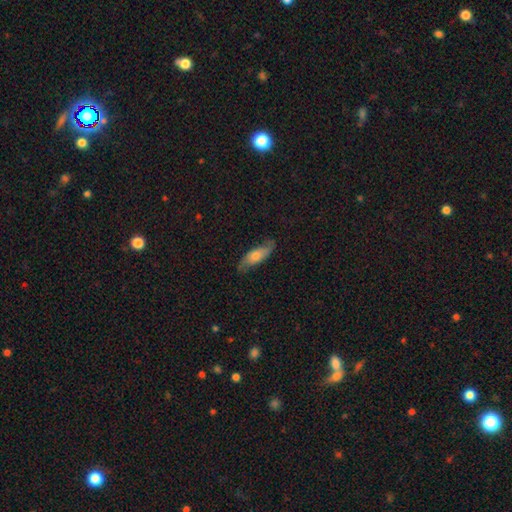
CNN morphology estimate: Overall: smooth (51%; featured or disk 43%). How rounded: in between (57%; cigar-shaped 41%). Merging: none (77%).